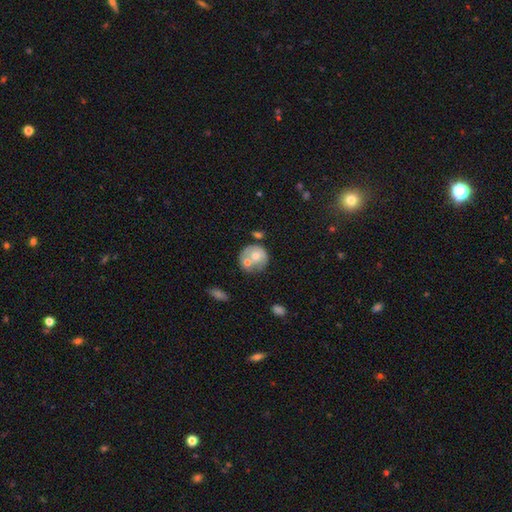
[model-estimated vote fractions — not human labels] Q: Smooth or featured?
A: smooth (59%); runner-up: featured or disk (34%)
Q: How rounded?
A: round (81%); runner-up: in between (18%)
Q: Merging?
A: none (38%); runner-up: merger (37%)